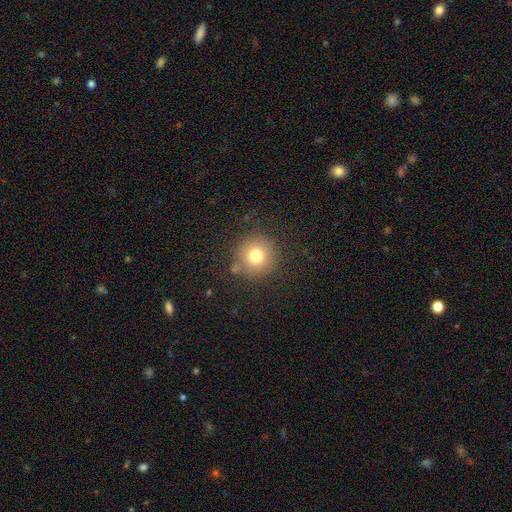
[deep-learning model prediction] Smooth or featured: smooth — 77% (star or artifact — 13%)
How rounded: round — 94% (in between — 5%)
Merging: none — 83% (minor disturbance — 10%)